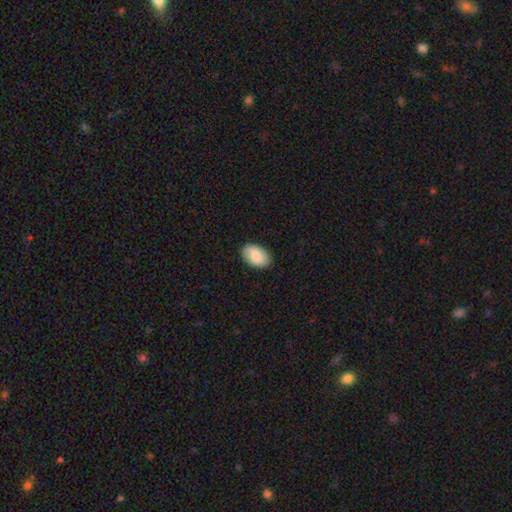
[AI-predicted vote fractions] Smooth or featured? Predicted: smooth (p=0.79). How rounded? Predicted: in between (p=0.92). Merging? Predicted: none (p=0.87).